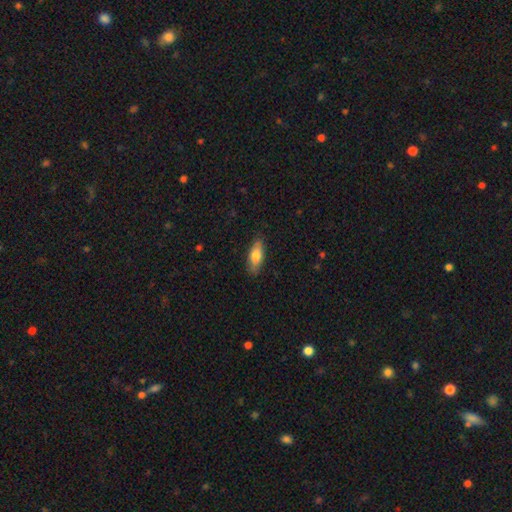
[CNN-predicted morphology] smooth_or_featured: smooth (p=0.76) [alt: featured or disk p=0.18]
how_rounded: in between (p=0.71) [alt: cigar-shaped p=0.27]
merging: none (p=0.83) [alt: minor disturbance p=0.13]